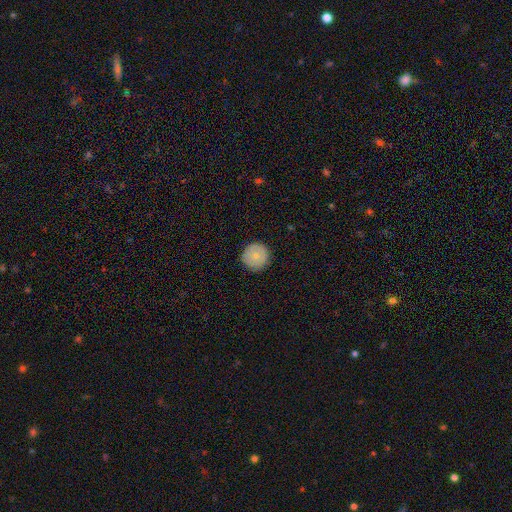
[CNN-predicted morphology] Q: Smooth or featured?
A: smooth (76%); runner-up: featured or disk (16%)
Q: How rounded?
A: round (96%); runner-up: in between (3%)
Q: Merging?
A: none (90%); runner-up: minor disturbance (7%)